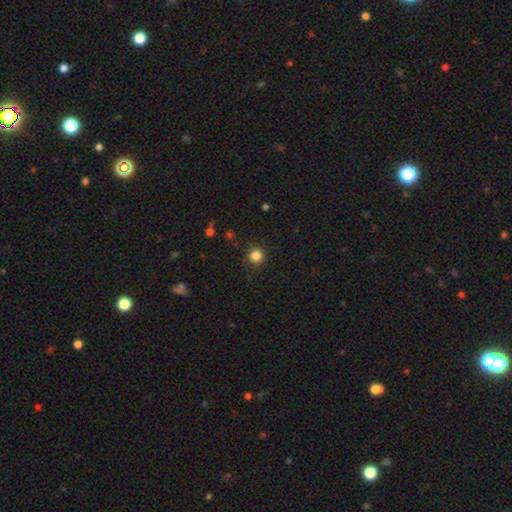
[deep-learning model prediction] smooth 85%, star or artifact 11%, featured or disk 3%. Down the decision tree: how rounded — round (94%); merging — none (90%).